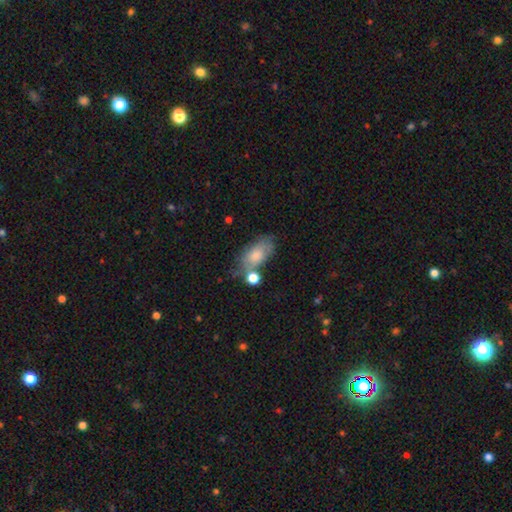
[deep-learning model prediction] Morphology: type=smooth (72%); roundness=in between (89%); merging=none (46%).